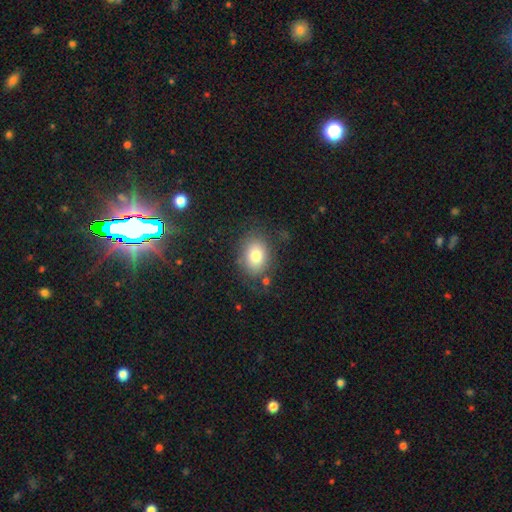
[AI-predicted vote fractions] Morphology: type=smooth (77%); roundness=in between (62%); merging=none (76%).